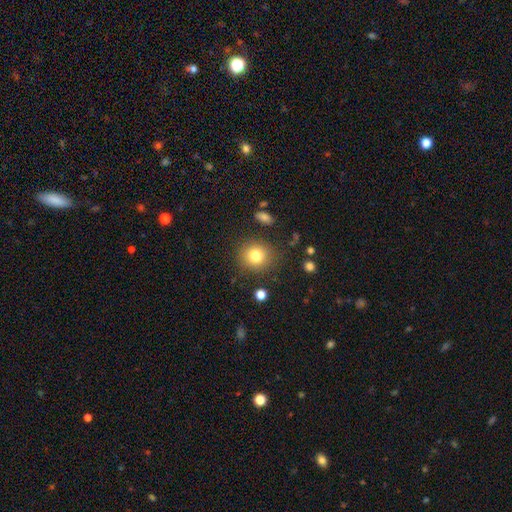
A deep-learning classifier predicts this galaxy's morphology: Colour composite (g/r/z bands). It shows a smooth galaxy with no disk features (79%) that is round (87%). Merging: none (85%).